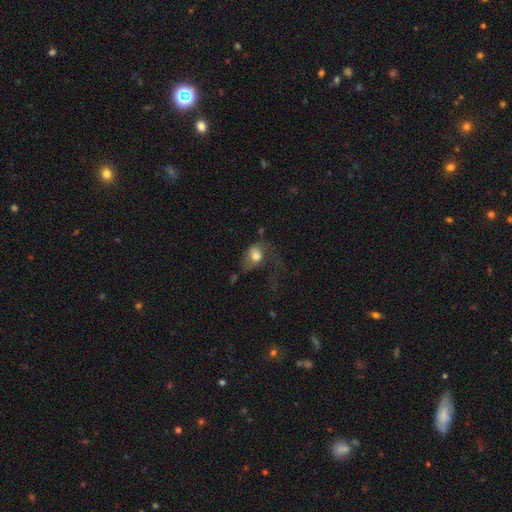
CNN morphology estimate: Smooth or featured?
  - smooth: 67% *
  - featured or disk: 23%
  - star or artifact: 9%
How rounded?
  - in between: 66% *
  - round: 33%
  - cigar-shaped: 2%
Merging?
  - major disturbance: 60% *
  - minor disturbance: 18%
  - none: 17%
  - merger: 5%